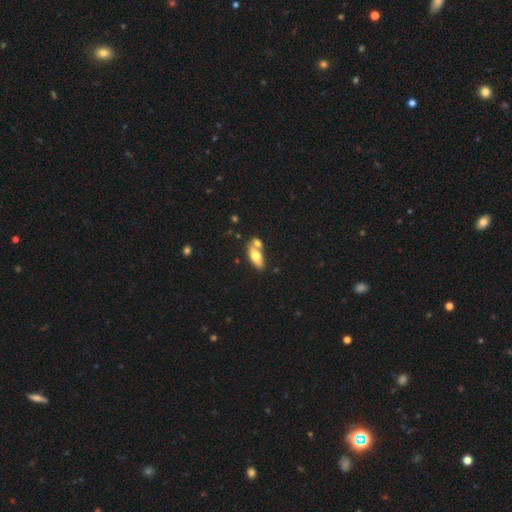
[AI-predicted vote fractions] Smooth or featured?
  - smooth: 58% *
  - featured or disk: 35%
  - star or artifact: 6%
How rounded?
  - in between: 73% *
  - cigar-shaped: 24%
  - round: 4%
Merging?
  - none: 51% *
  - merger: 33%
  - minor disturbance: 12%
  - major disturbance: 4%